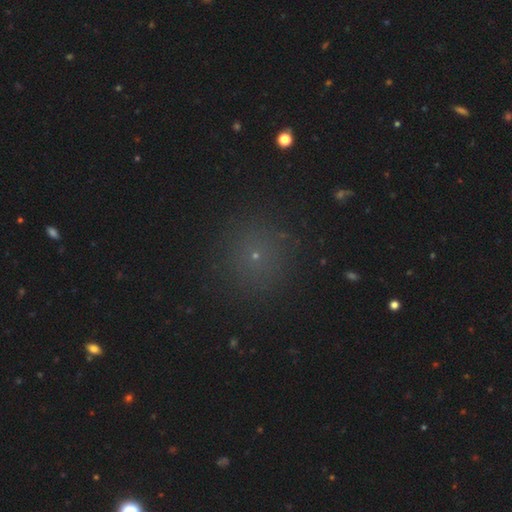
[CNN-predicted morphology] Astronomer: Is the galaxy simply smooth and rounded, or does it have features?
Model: smooth — 59%.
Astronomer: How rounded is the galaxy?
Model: round — 94%.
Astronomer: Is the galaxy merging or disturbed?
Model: none — 90%.